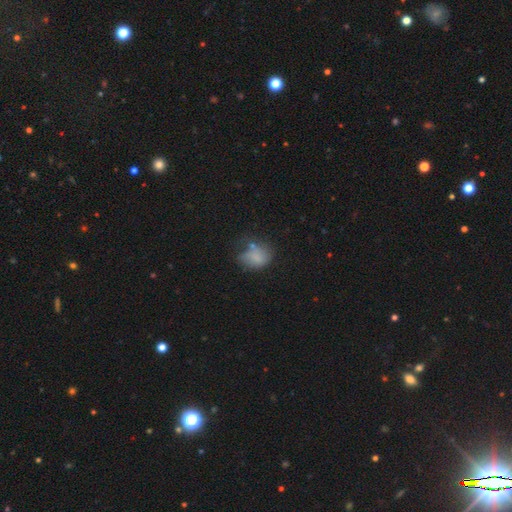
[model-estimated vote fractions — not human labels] Smooth or featured? Predicted: smooth (p=0.71). How rounded? Predicted: in between (p=0.58). Merging? Predicted: none (p=0.34).